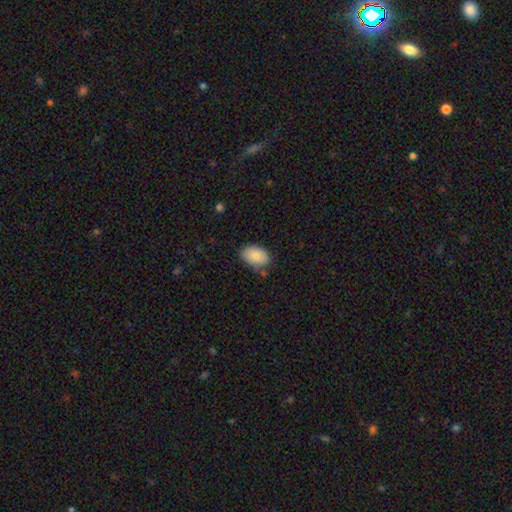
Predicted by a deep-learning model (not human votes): The model was most divided on "merging": none: 72%, minor disturbance: 21%, major disturbance: 4%, merger: 3%. More confident: how rounded — in between (91%); smooth or featured — smooth (86%).